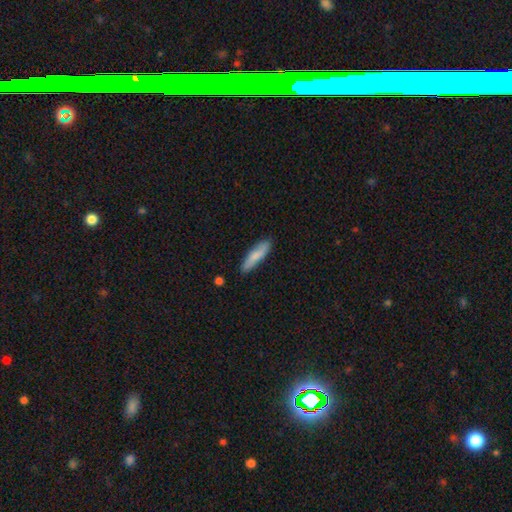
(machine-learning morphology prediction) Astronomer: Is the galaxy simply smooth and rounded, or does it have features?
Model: smooth — 78%.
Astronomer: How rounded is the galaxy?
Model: cigar-shaped — 70%.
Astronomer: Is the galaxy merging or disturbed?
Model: none — 83%.